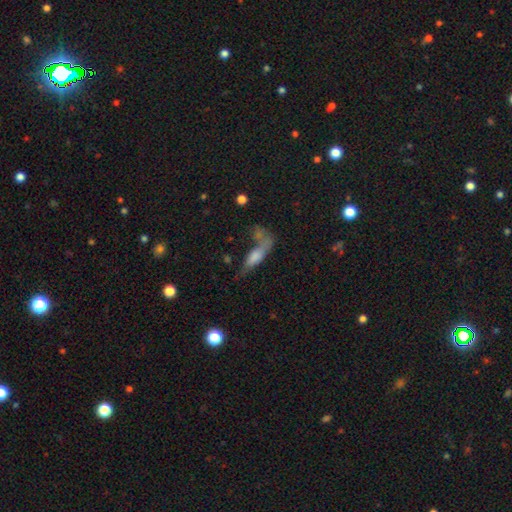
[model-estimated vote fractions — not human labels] Overall: smooth (61%; featured or disk 30%). How rounded: in between (51%; cigar-shaped 44%). Merging: none (28%; merger 27%).